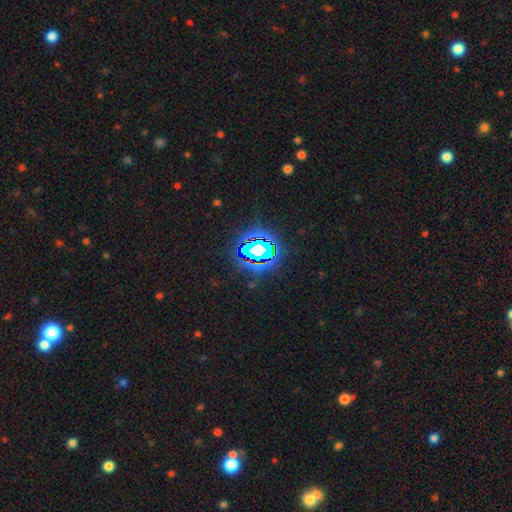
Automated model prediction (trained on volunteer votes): This appears to be a star or artifact, not a galaxy (83%).